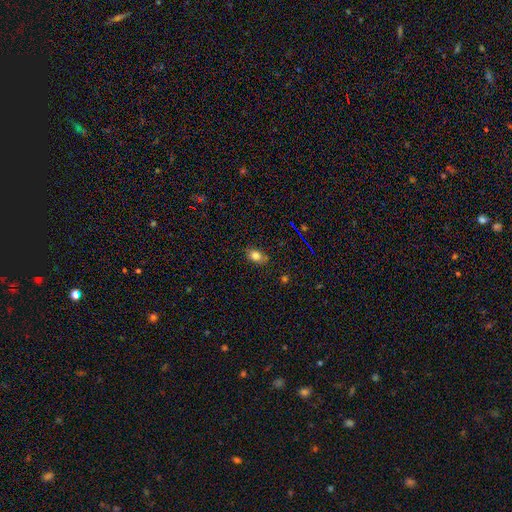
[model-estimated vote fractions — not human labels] A smooth galaxy with no disk features (79%) that is in between round and cigar-shaped (80%).

Vote fractions:
- Smooth or featured? smooth: 79% / star or artifact: 12% / featured or disk: 9%
- How rounded? in between: 80% / round: 18% / cigar-shaped: 2%
- Merging? none: 77% / minor disturbance: 18% / major disturbance: 3% / merger: 2%